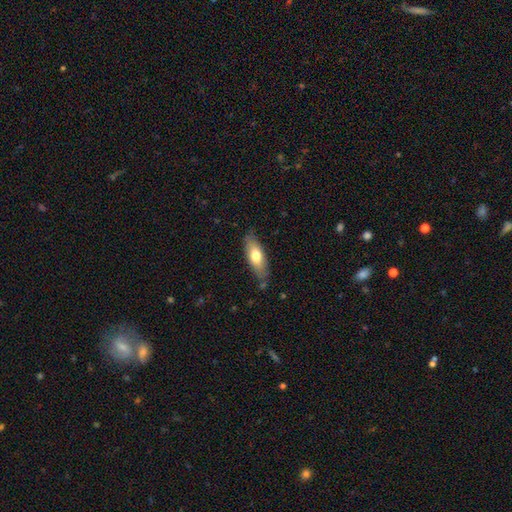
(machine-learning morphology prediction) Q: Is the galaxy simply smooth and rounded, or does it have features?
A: smooth — 68%.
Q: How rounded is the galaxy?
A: in between — 67%.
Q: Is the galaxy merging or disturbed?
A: none — 76%.